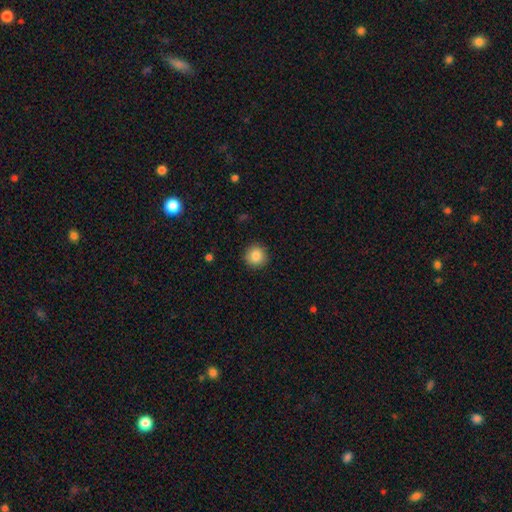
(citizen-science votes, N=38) A smooth galaxy with no disk features (95%) that is round (89%). Merging: none (89%).